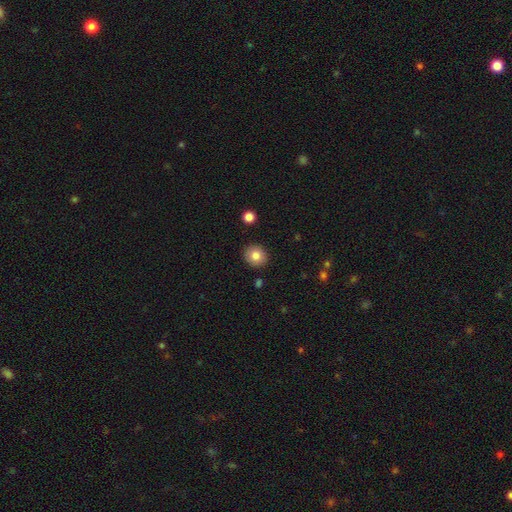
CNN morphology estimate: A smooth galaxy with no disk features (83%) that is round (85%).

Vote fractions:
- Smooth or featured? smooth: 83% / star or artifact: 9% / featured or disk: 8%
- How rounded? round: 85% / in between: 14% / cigar-shaped: 1%
- Merging? none: 91% / minor disturbance: 6% / major disturbance: 2% / merger: 2%